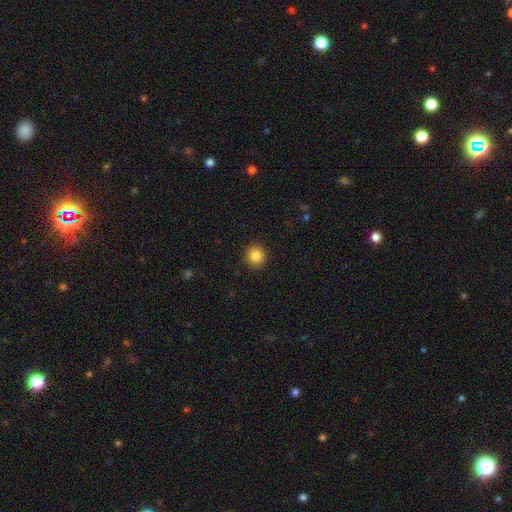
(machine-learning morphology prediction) smooth-or-featured: smooth: 84% | star or artifact: 11% | featured or disk: 5%
  how-rounded: round: 93% | in between: 6% | cigar-shaped: 1%
  merging: none: 92% | minor disturbance: 5% | major disturbance: 2% | merger: 1%